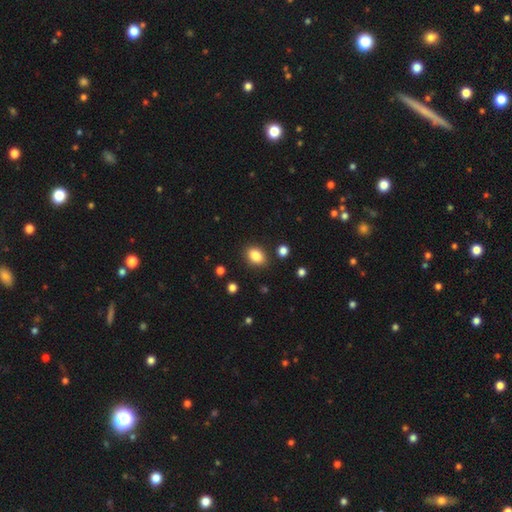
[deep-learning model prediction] smooth-or-featured: smooth: 86% | star or artifact: 9% | featured or disk: 5%
  how-rounded: in between: 80% | round: 19% | cigar-shaped: 1%
  merging: none: 85% | minor disturbance: 9% | major disturbance: 3% | merger: 3%